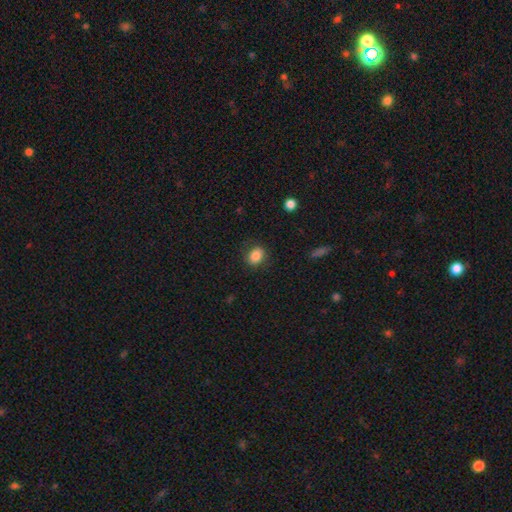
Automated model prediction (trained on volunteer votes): Smooth or featured: smooth — 85% (star or artifact — 9%)
How rounded: in between — 52% (round — 47%)
Merging: none — 82% (minor disturbance — 13%)